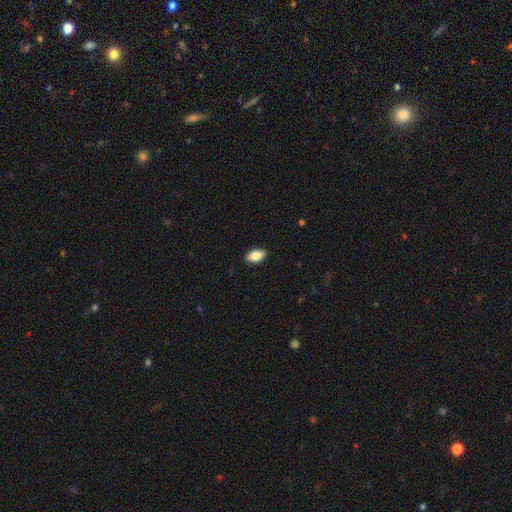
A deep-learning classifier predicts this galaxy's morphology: Overall: smooth (83%). How rounded: in between (92%). Merging: none (90%).